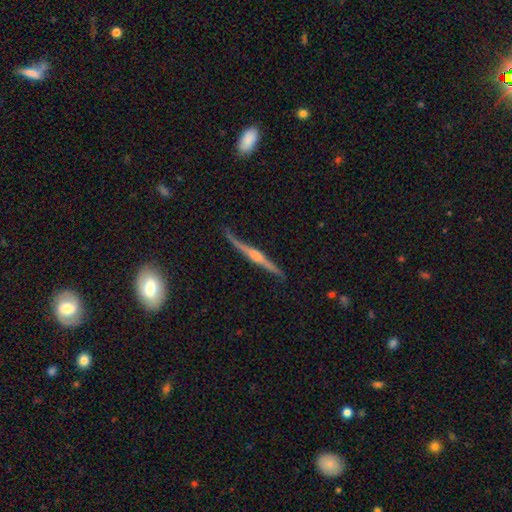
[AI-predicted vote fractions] A featured or disk galaxy (85%) viewed edge-on (97%) with a rounded central bulge (86%).

Vote fractions:
- Smooth or featured? featured or disk: 85% / smooth: 10% / star or artifact: 5%
- Edge-on disk? yes: 97% / no: 3%
- Edge-on bulge? rounded: 86% / boxy: 7% / none: 7%
- Merging? none: 80% / minor disturbance: 15% / major disturbance: 3% / merger: 2%